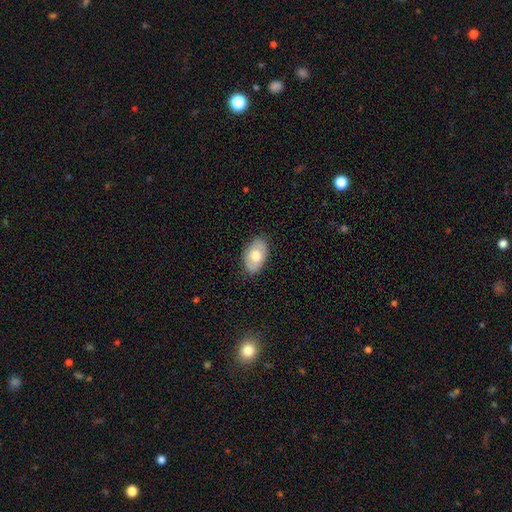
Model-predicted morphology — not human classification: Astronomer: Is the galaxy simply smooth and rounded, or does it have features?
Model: smooth — 66%.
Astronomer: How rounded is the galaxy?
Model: in between — 92%.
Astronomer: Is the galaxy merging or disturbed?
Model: none — 84%.